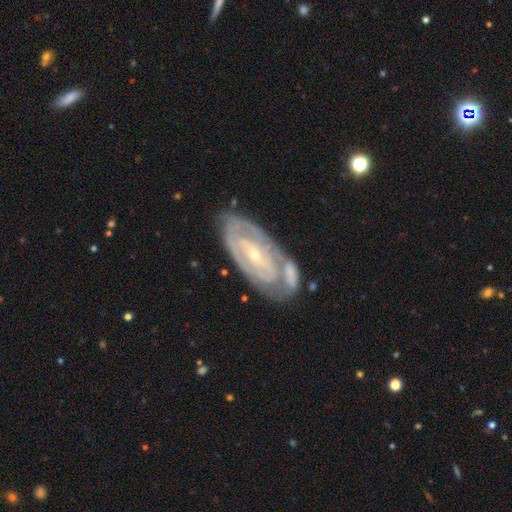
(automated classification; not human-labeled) This appears to be a featured or disk galaxy (83%) with no bar (36%), 2 (45%) tight (70%) spiral arms (82%) and a small central bulge (76%). Merging: none (67%).